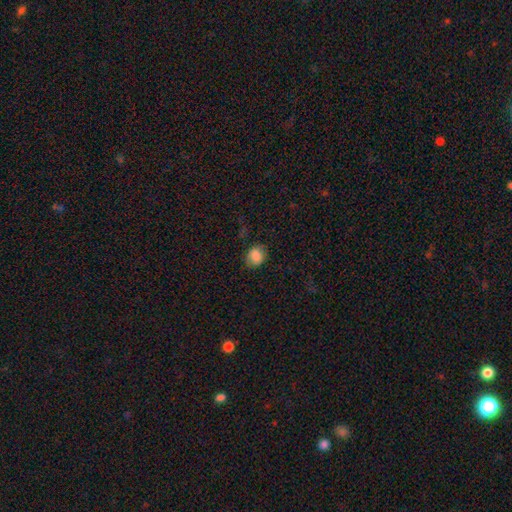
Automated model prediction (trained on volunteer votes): This is clearly a smooth galaxy (85%). How rounded: possibly round (57%). Merging: likely none (78%).